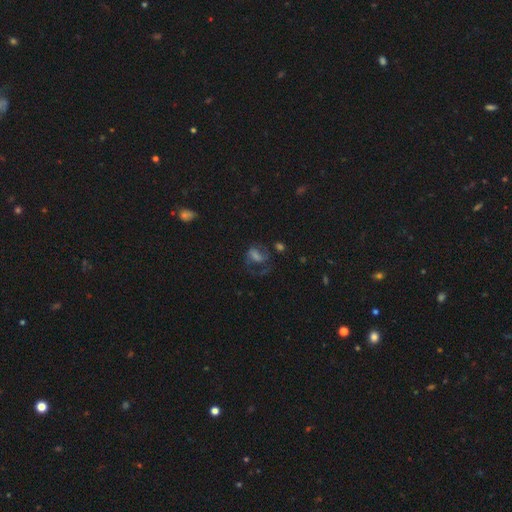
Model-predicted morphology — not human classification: This is possibly a featured or disk galaxy (49%). Merging: marginally none (41%).